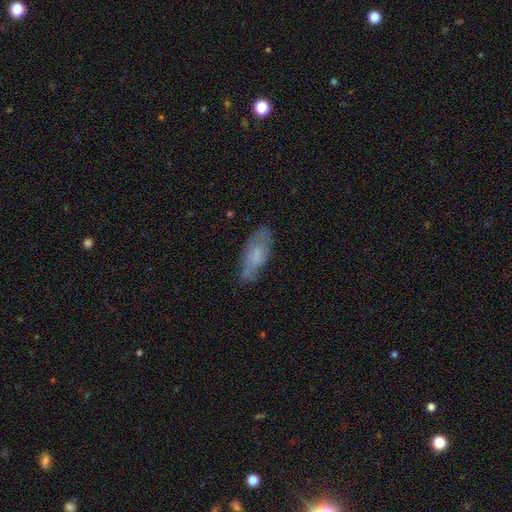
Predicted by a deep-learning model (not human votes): This is possibly a smooth galaxy (59%). How rounded: likely in between (74%). Merging: likely none (66%).